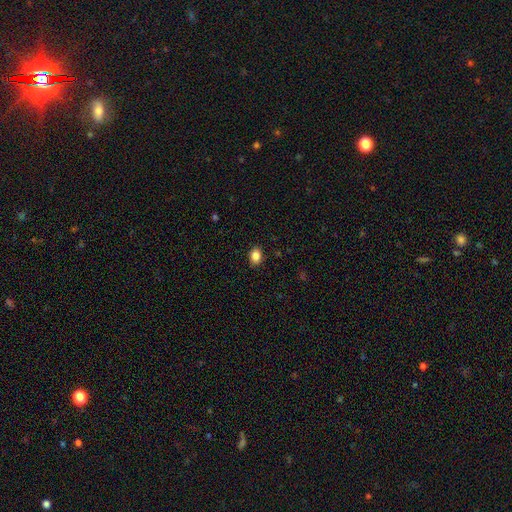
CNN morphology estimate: smooth_or_featured: smooth (p=0.86) [alt: star or artifact p=0.10]
how_rounded: in between (p=0.65) [alt: round p=0.34]
merging: none (p=0.90) [alt: minor disturbance p=0.08]